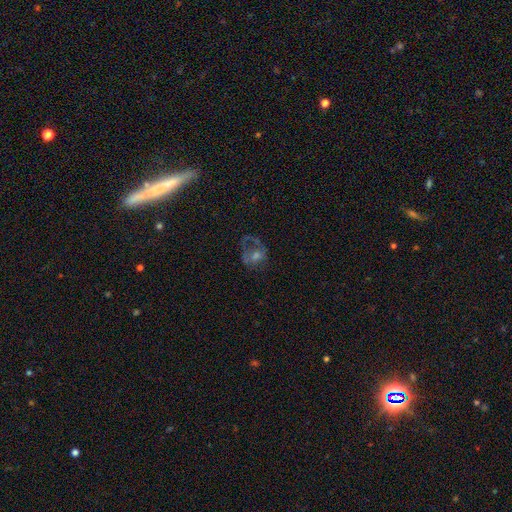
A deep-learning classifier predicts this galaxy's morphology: The model was most divided on "merging": none: 44%, major disturbance: 34%, minor disturbance: 19%, merger: 3%. More confident: edge-on disk — no (95%); bar — no (78%); spiral arms — no (63%); smooth or featured — featured or disk (53%); bulge size — moderate (52%).